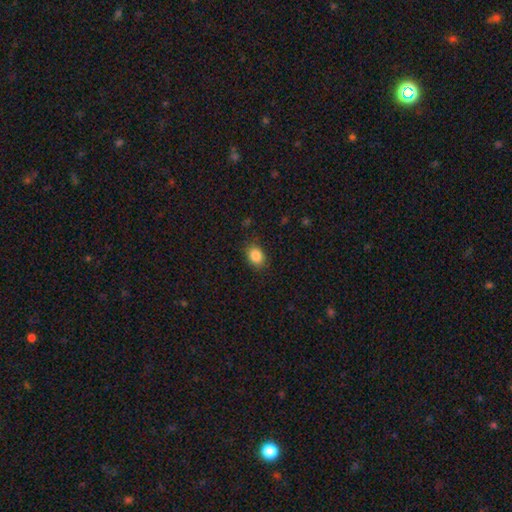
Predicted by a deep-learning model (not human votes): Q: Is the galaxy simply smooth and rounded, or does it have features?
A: smooth — 86%.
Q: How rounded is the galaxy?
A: in between — 68%.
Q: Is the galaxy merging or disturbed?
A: none — 85%.